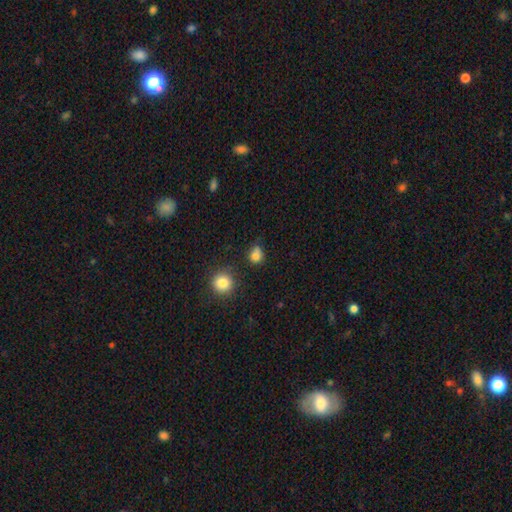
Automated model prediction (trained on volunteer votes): smooth 80%, star or artifact 14%, featured or disk 7%. Down the decision tree: how rounded — round (72%); merging — none (56%).